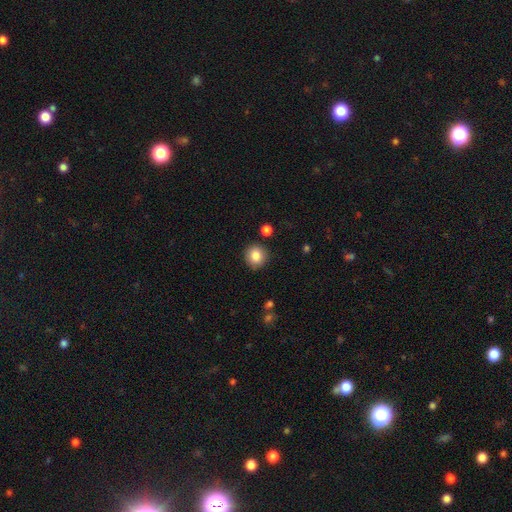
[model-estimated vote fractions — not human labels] Smooth or featured: smooth — 85% (star or artifact — 9%)
How rounded: round — 91% (in between — 8%)
Merging: none — 88% (minor disturbance — 7%)